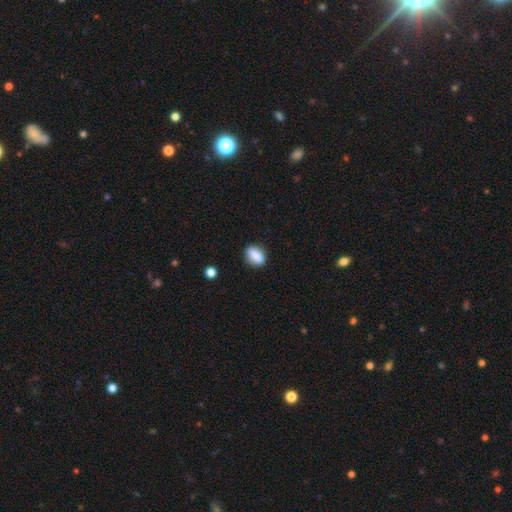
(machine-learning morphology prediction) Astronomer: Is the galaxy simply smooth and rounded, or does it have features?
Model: smooth — 85%.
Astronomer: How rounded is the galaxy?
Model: in between — 77%.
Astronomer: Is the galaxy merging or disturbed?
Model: none — 85%.